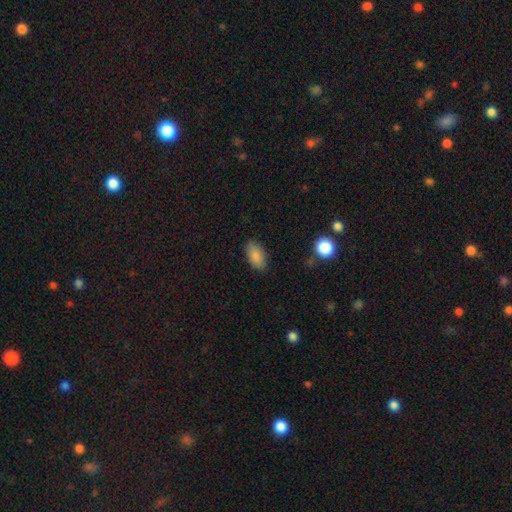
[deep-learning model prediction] Overall: smooth (85%). How rounded: in between (92%). Merging: none (84%).